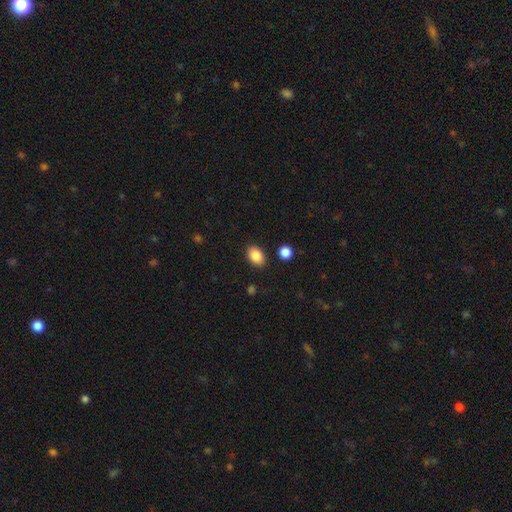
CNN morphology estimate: This is clearly a smooth galaxy (87%). How rounded: clearly in between (82%). Merging: clearly none (86%).